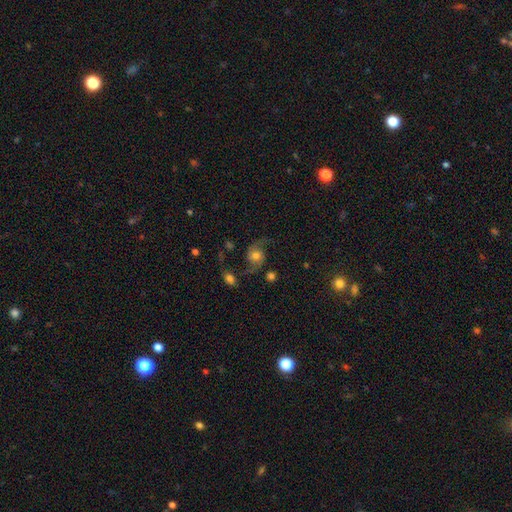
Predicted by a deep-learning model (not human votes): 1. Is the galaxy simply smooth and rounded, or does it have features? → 75% featured or disk, 16% smooth, 9% star or artifact.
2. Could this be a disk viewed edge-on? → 97% no, 3% yes.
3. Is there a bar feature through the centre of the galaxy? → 73% no, 22% weak, 5% strong.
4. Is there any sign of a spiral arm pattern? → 95% yes, 5% no.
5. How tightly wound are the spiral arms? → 71% loose, 24% medium, 5% tight.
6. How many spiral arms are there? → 93% 2, 3% 1, 2% can't tell, 1% 3, 1% 4, 1% more than 4.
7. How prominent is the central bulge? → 62% moderate, 19% small, 14% large, 3% none, 2% dominant.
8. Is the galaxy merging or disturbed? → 66% none, 17% minor disturbance, 12% major disturbance, 5% merger.